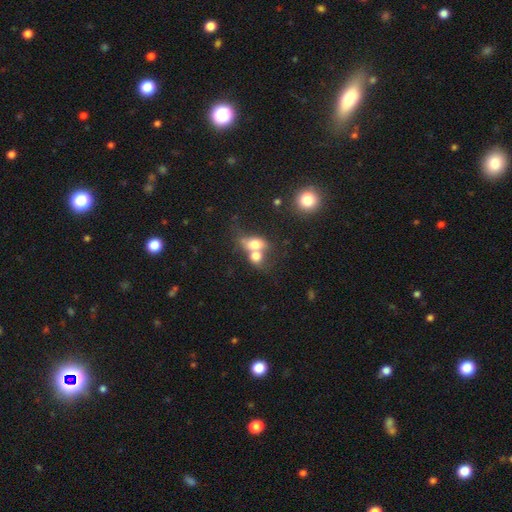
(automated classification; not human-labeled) This appears to be a smooth galaxy with no disk features (70%) that is in between round and cigar-shaped (63%). Merging: merger (68%).